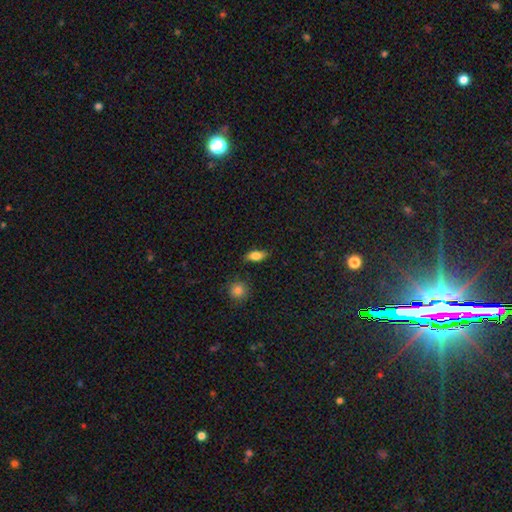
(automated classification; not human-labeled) Morphology: type=smooth (78%); roundness=in between (83%); merging=none (81%).